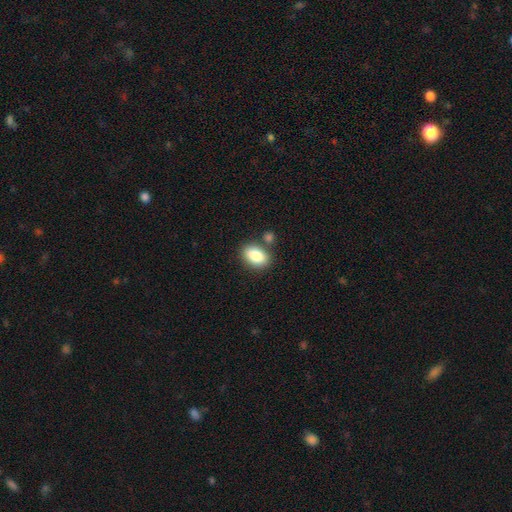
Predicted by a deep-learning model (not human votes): smooth-or-featured: smooth: 87% | star or artifact: 7% | featured or disk: 6%
  how-rounded: in between: 86% | round: 12% | cigar-shaped: 2%
  merging: none: 72% | merger: 13% | minor disturbance: 12% | major disturbance: 3%